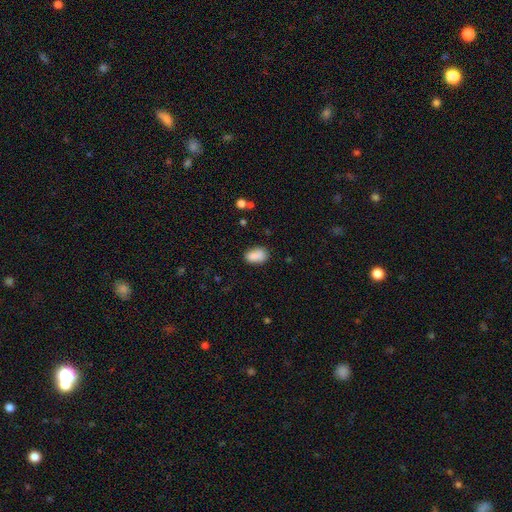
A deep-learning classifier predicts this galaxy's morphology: smooth 86%, star or artifact 8%, featured or disk 5%. Down the decision tree: how rounded — in between (88%); merging — none (72%).